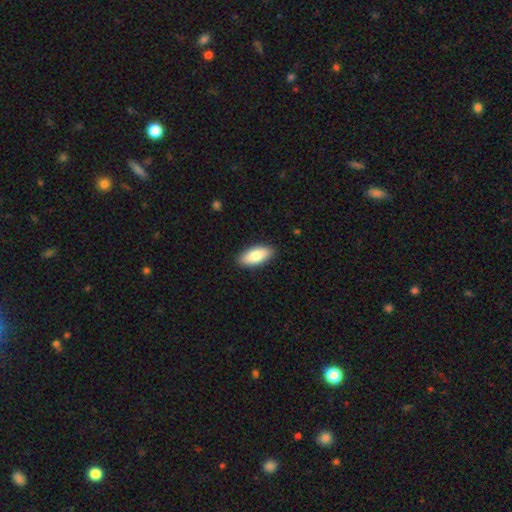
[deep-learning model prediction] Smooth or featured: smooth — 82% (featured or disk — 12%)
How rounded: in between — 87% (cigar-shaped — 11%)
Merging: none — 89% (minor disturbance — 9%)